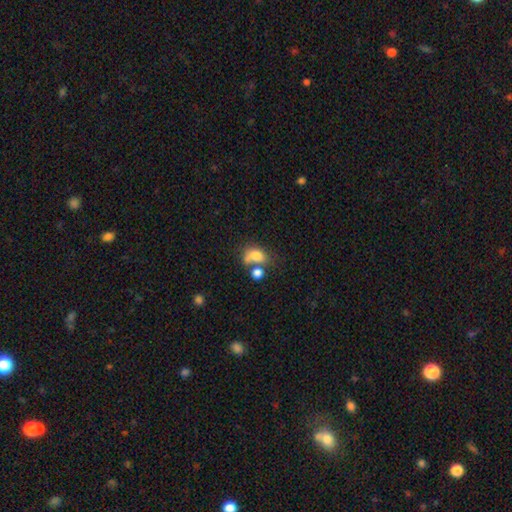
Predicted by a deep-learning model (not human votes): A smooth galaxy with no disk features (75%) that is in between round and cigar-shaped (72%).

Vote fractions:
- Smooth or featured? smooth: 75% / featured or disk: 14% / star or artifact: 11%
- How rounded? in between: 72% / round: 27% / cigar-shaped: 2%
- Merging? merger: 42% / none: 32% / minor disturbance: 14% / major disturbance: 12%